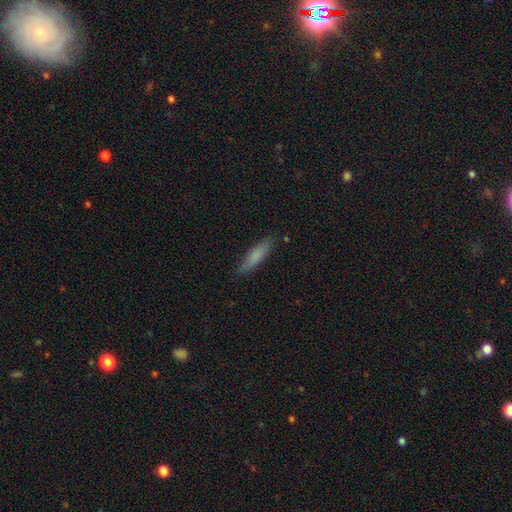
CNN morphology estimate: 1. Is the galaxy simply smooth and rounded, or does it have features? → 78% smooth, 16% featured or disk, 7% star or artifact.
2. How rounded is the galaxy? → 77% cigar-shaped, 21% in between, 1% round.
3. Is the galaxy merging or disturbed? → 84% none, 12% minor disturbance, 2% major disturbance, 1% merger.